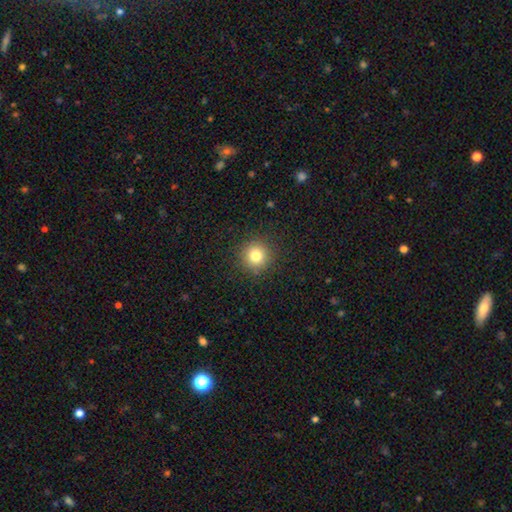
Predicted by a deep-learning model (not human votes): Morphology: type=smooth (80%); roundness=round (94%); merging=none (91%).